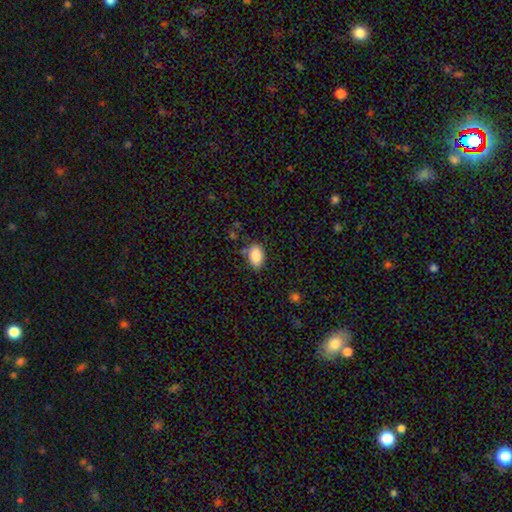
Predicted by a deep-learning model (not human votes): smooth-or-featured: smooth: 88% | star or artifact: 8% | featured or disk: 4%
  how-rounded: in between: 89% | round: 10% | cigar-shaped: 1%
  merging: none: 77% | minor disturbance: 16% | major disturbance: 4% | merger: 3%